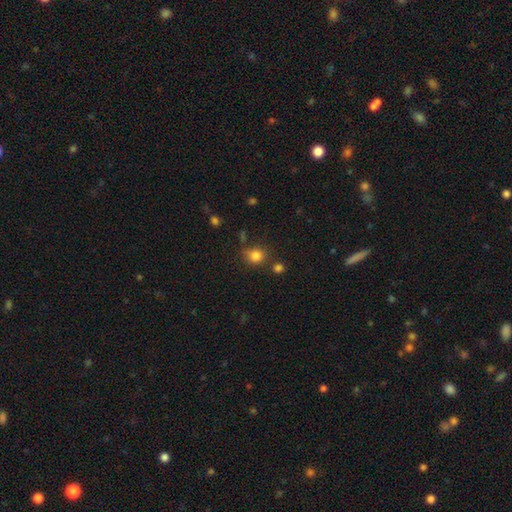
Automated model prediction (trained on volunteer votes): Smooth or featured? smooth (82%)
How rounded? round (76%)
Merging? none (70%)